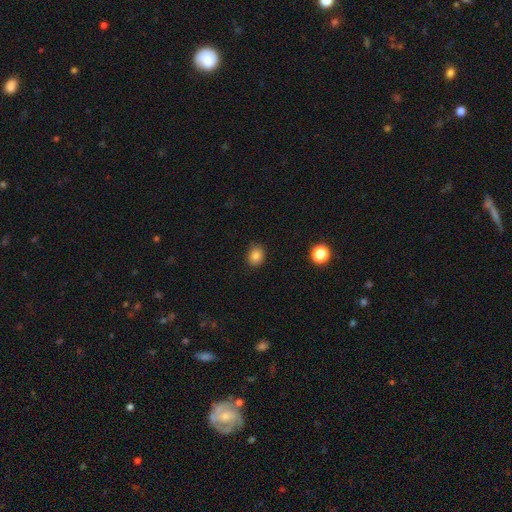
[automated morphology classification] Q: Smooth or featured?
A: smooth (84%); runner-up: star or artifact (11%)
Q: How rounded?
A: round (63%); runner-up: in between (37%)
Q: Merging?
A: none (86%); runner-up: minor disturbance (10%)